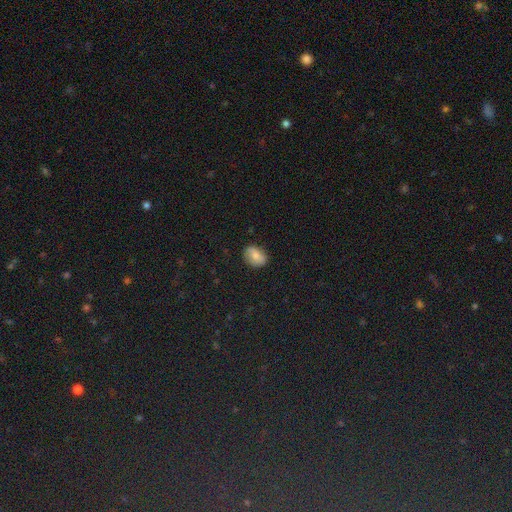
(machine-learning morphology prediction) This appears to be a smooth galaxy with no disk features (78%) that is in between round and cigar-shaped (72%). Merging: none (81%).